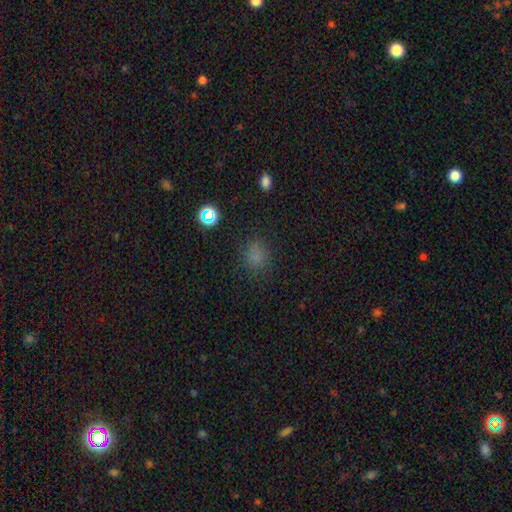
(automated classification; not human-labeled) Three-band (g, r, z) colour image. It shows a smooth galaxy with no disk features (72%) that is round (79%). Merging: none (80%).